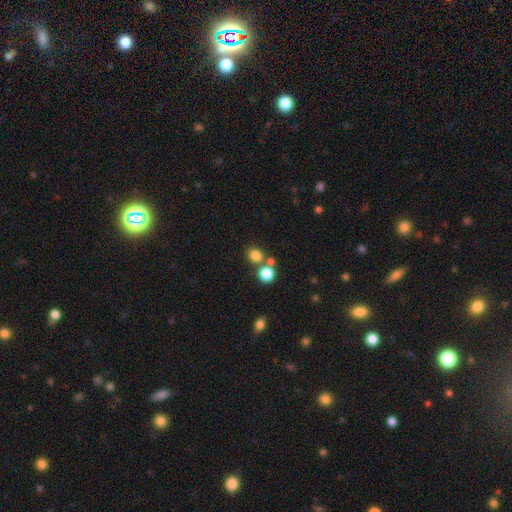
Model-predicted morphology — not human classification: A smooth galaxy with no disk features (79%) that is round (77%). Merging: none (62%).